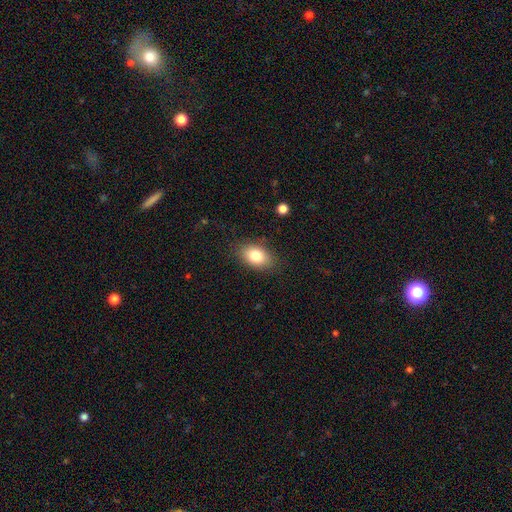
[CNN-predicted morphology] This appears to be a smooth galaxy with no disk features (82%) that is in between round and cigar-shaped (86%). Merging: none (84%).